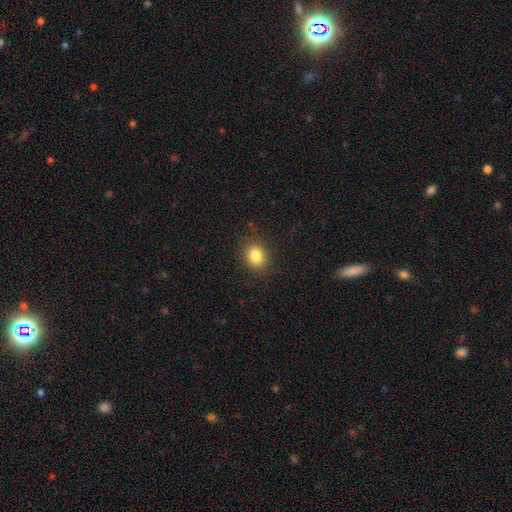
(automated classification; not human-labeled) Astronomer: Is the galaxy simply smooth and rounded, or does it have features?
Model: smooth — 84%.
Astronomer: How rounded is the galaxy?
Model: round — 55% (runner-up: in between, 44%).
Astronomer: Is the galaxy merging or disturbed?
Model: none — 87%.